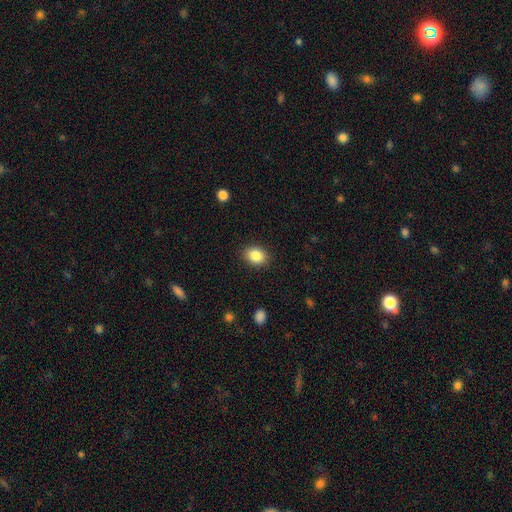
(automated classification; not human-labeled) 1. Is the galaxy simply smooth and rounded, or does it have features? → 86% smooth, 9% star or artifact, 5% featured or disk.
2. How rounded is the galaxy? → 59% in between, 41% round, 1% cigar-shaped.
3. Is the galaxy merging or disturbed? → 88% none, 8% minor disturbance, 2% major disturbance, 1% merger.